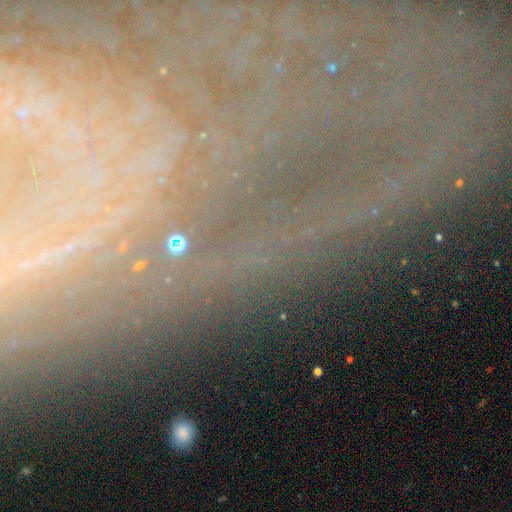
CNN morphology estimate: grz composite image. It shows a star or artifact, not a galaxy (53%).